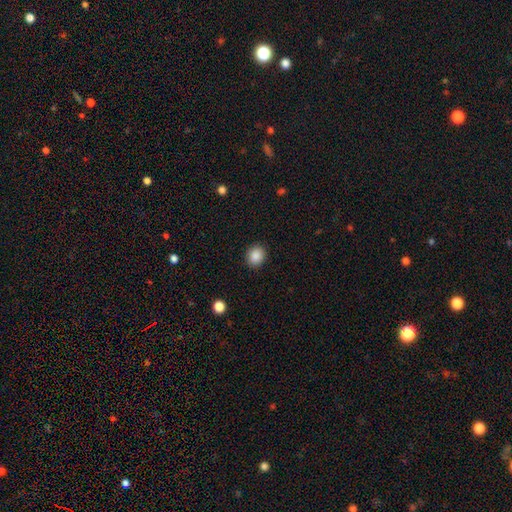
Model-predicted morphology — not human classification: Smooth or featured? Predicted: smooth (p=0.88). How rounded? Predicted: round (p=0.64). Merging? Predicted: none (p=0.90).